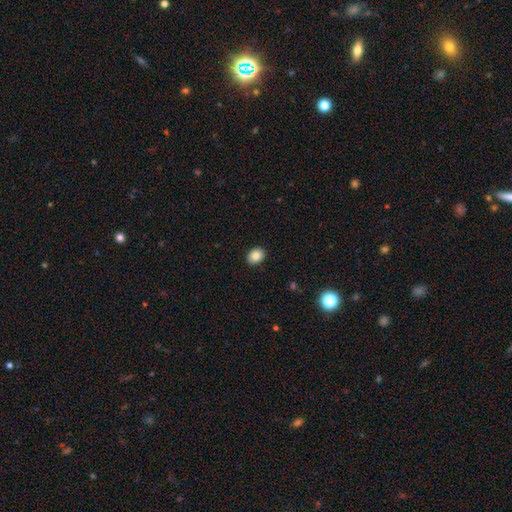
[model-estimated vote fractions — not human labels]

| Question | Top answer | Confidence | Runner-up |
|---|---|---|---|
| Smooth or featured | smooth | 85% | star or artifact (9%) |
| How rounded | in between | 51% | round (48%) |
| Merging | none | 91% | minor disturbance (7%) |